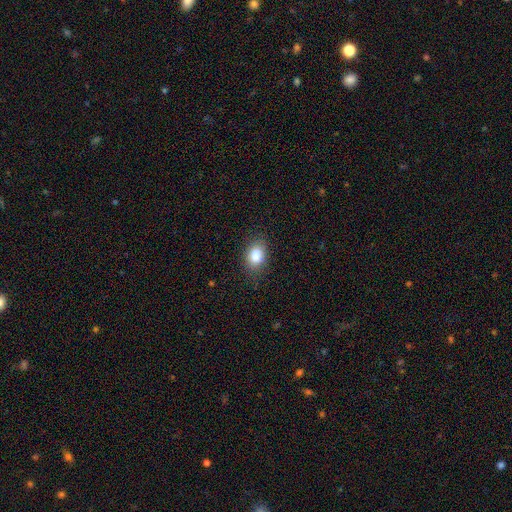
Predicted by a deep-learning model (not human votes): A smooth galaxy with no disk features (85%) that is in between round and cigar-shaped (80%).

Vote fractions:
- Smooth or featured? smooth: 85% / star or artifact: 8% / featured or disk: 7%
- How rounded? in between: 80% / round: 18% / cigar-shaped: 1%
- Merging? none: 82% / minor disturbance: 13% / major disturbance: 4% / merger: 1%